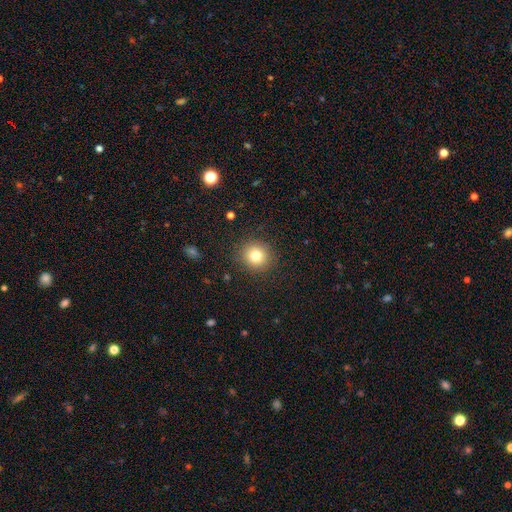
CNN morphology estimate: Q: Smooth or featured?
A: smooth (79%); runner-up: star or artifact (13%)
Q: How rounded?
A: round (91%); runner-up: in between (8%)
Q: Merging?
A: none (90%); runner-up: minor disturbance (6%)